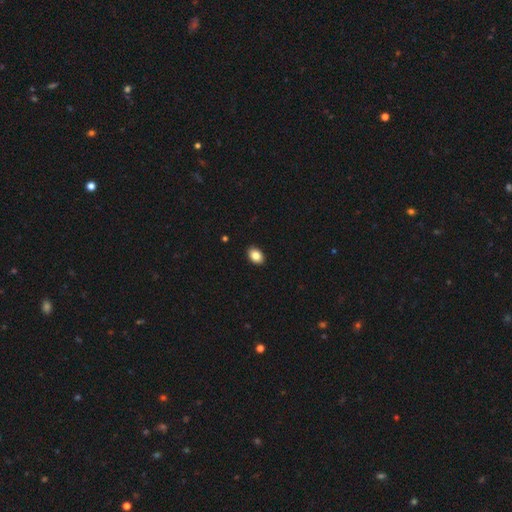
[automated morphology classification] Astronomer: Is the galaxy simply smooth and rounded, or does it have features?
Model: smooth — 86%.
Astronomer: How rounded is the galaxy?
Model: in between — 81%.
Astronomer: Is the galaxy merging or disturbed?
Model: none — 91%.